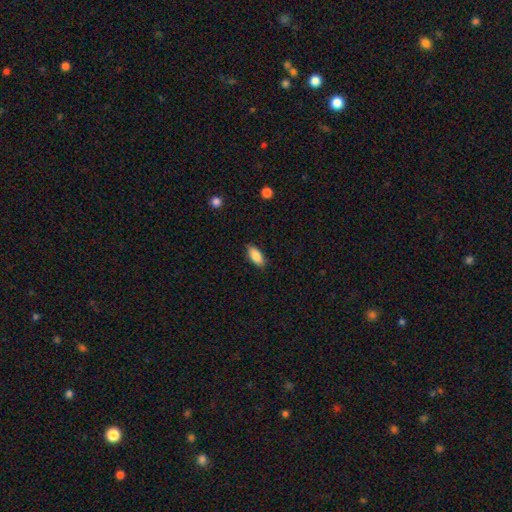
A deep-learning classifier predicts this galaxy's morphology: smooth_or_featured: smooth (p=0.86) [alt: featured or disk p=0.07]
how_rounded: in between (p=0.85) [alt: cigar-shaped p=0.13]
merging: none (p=0.85) [alt: minor disturbance p=0.12]